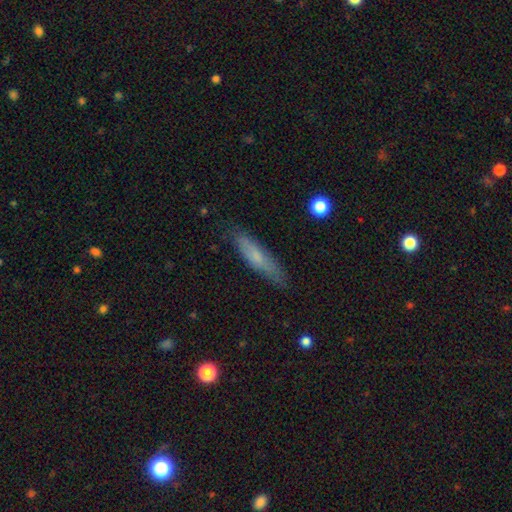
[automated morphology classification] This appears to be a smooth galaxy with no disk features (65%) that is cigar-shaped (80%). Merging: none (80%).